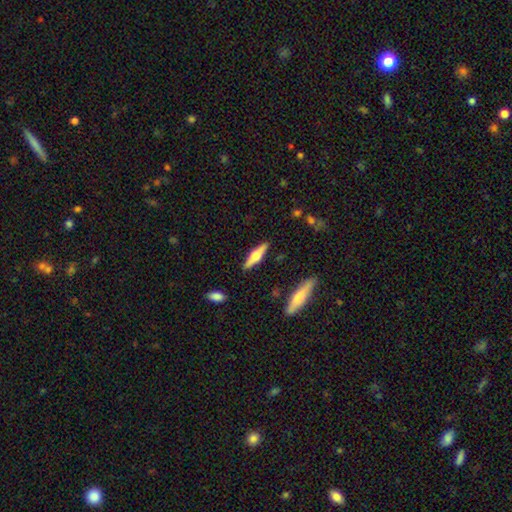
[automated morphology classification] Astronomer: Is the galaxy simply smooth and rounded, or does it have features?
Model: featured or disk — 56% (runner-up: smooth, 38%).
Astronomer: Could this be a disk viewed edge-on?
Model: yes — 96%.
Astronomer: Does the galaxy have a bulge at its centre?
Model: rounded — 88%.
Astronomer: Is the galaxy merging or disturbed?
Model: none — 88%.